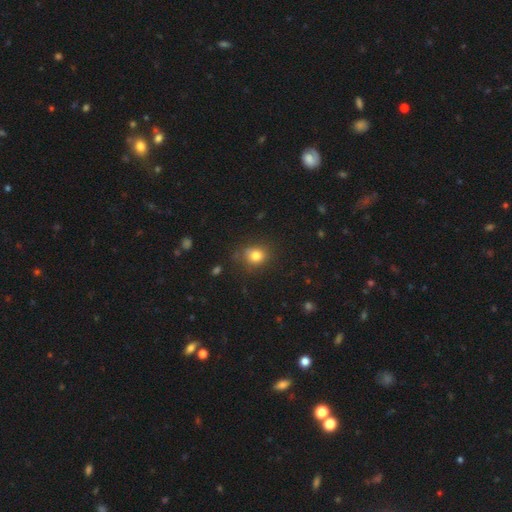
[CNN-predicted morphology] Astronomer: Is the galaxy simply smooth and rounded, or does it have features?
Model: smooth — 81%.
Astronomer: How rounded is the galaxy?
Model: round — 70%.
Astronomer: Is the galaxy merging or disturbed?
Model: none — 73%.